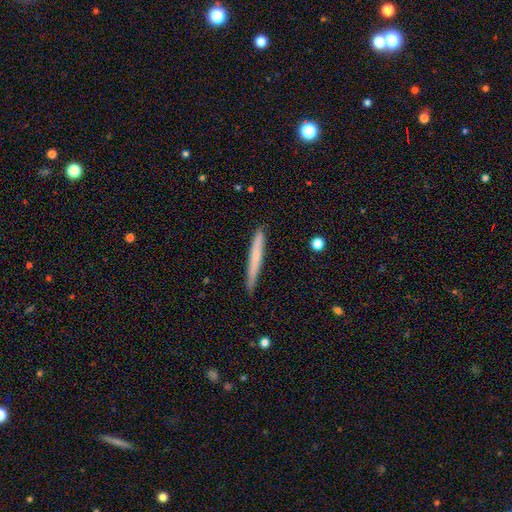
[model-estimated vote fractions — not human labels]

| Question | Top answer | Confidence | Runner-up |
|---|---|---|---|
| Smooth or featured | smooth | 60% | featured or disk (34%) |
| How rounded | cigar-shaped | 97% | in between (2%) |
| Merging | none | 87% | minor disturbance (10%) |